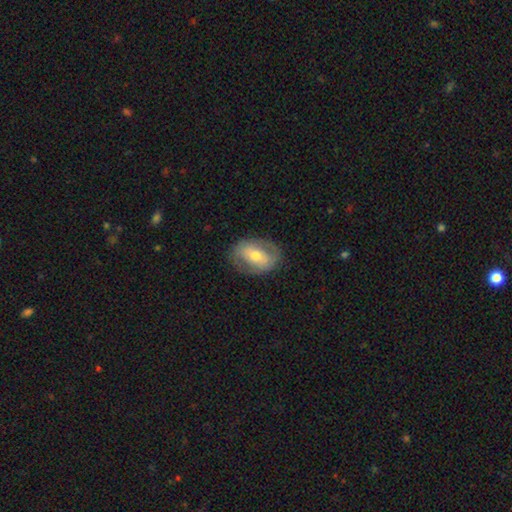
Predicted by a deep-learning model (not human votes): Smooth or featured? Predicted: featured or disk (p=0.50). Merging? Predicted: none (p=0.78).